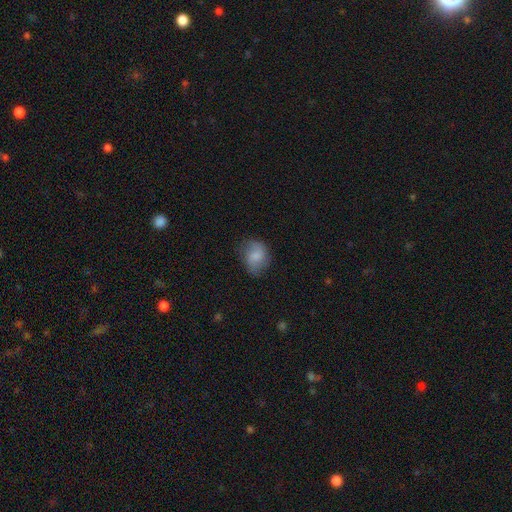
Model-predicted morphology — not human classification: A smooth galaxy with no disk features (70%) that is round (50%). Merging: none (67%).